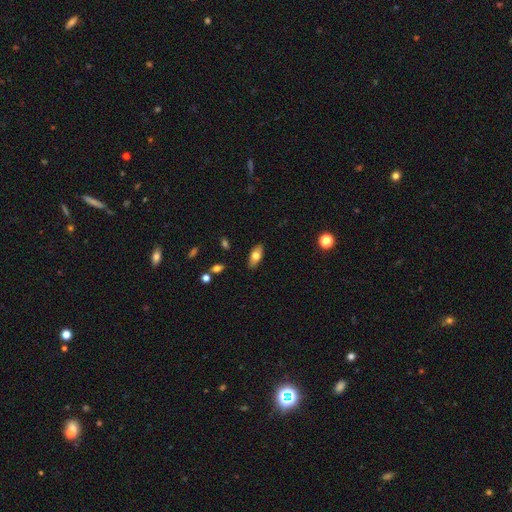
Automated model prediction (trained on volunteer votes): Overall: smooth (71%). How rounded: in between (87%). Merging: none (87%).